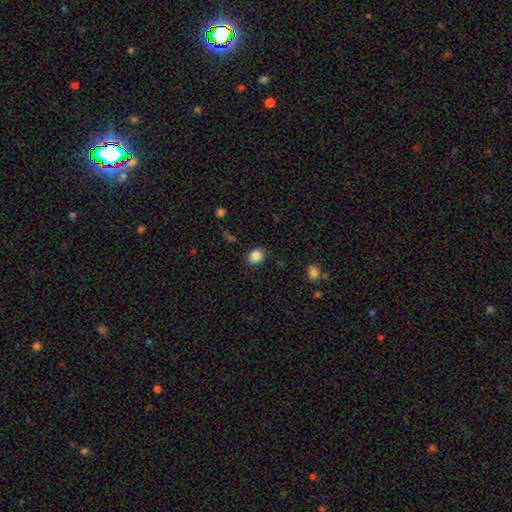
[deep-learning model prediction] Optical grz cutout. It shows a smooth galaxy with no disk features (87%) that is round (55%). Merging: none (86%).